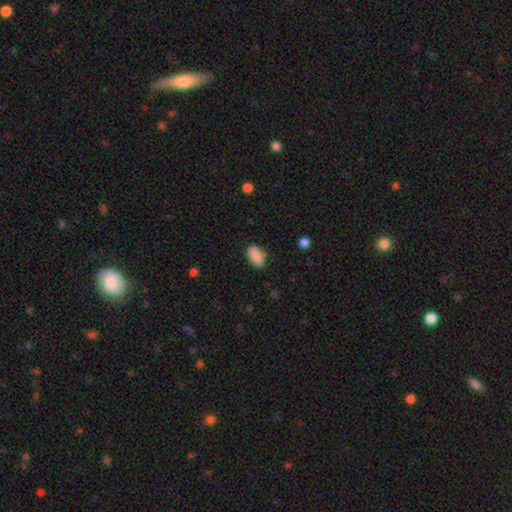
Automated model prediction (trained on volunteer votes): This is clearly a smooth galaxy (84%). How rounded: clearly in between (91%). Merging: likely none (75%).